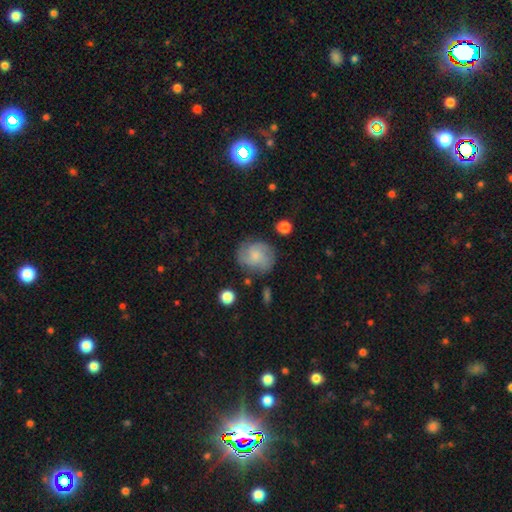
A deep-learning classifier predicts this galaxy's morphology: Q: Smooth or featured?
A: smooth (46%); tied with: featured or disk (46%)
Q: Merging?
A: none (72%); runner-up: minor disturbance (18%)